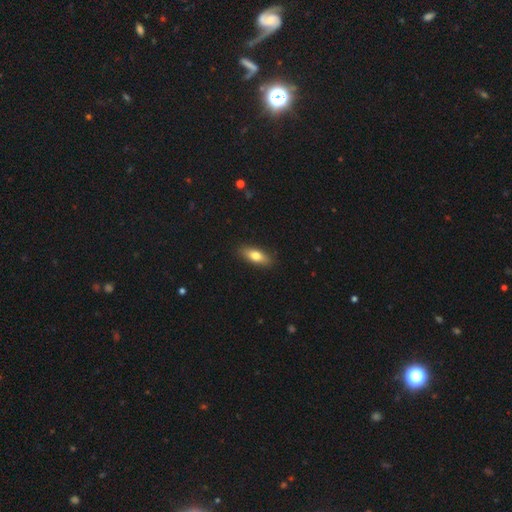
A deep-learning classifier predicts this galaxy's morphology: Smooth or featured: smooth — 74% (featured or disk — 20%)
How rounded: in between — 70% (cigar-shaped — 27%)
Merging: none — 88% (minor disturbance — 9%)